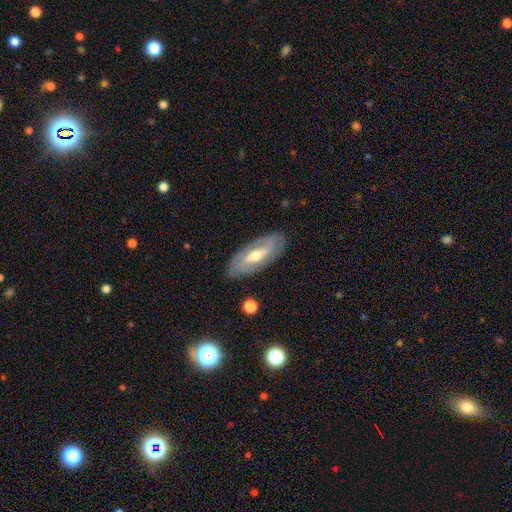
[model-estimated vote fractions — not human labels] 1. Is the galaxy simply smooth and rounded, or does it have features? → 69% featured or disk, 24% smooth, 6% star or artifact.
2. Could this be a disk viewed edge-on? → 84% no, 16% yes.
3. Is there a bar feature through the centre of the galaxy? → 39% weak, 33% no, 28% strong.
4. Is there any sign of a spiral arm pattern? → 74% yes, 26% no.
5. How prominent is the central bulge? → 62% moderate, 31% small, 5% large, 1% none, 1% dominant.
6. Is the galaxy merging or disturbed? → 83% none, 12% minor disturbance, 4% major disturbance, 1% merger.